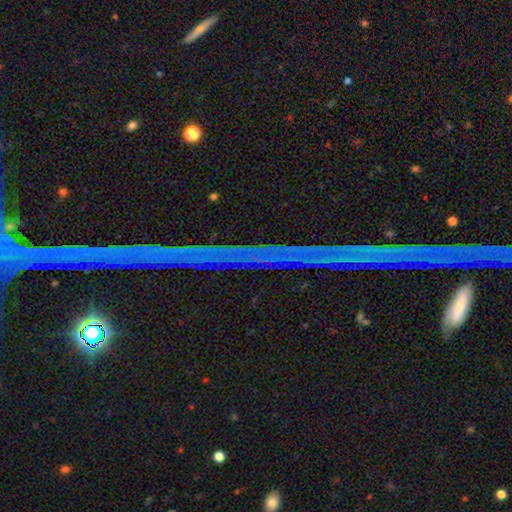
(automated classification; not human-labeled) smooth-or-featured: star or artifact: 83% | featured or disk: 10% | smooth: 7%